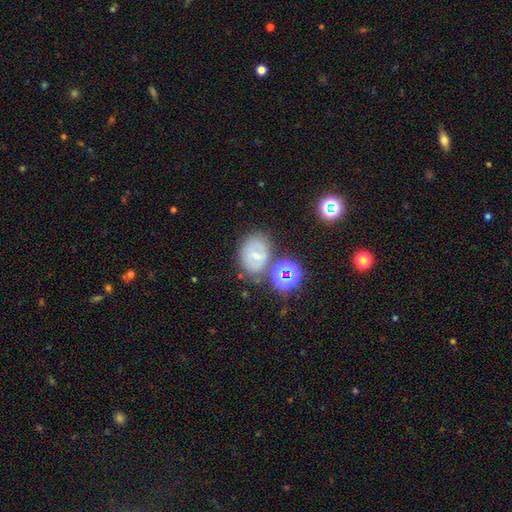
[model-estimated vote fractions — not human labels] Q: Smooth or featured?
A: smooth (47%); runner-up: featured or disk (32%)
Q: Merging?
A: none (63%); runner-up: minor disturbance (18%)